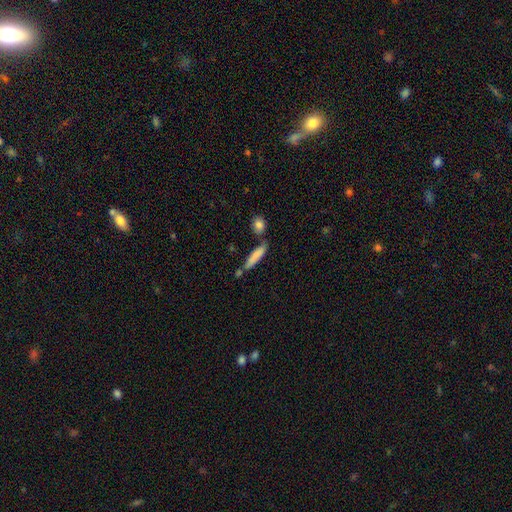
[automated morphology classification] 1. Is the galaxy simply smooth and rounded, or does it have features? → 79% smooth, 14% featured or disk, 6% star or artifact.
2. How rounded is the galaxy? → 80% cigar-shaped, 19% in between, 2% round.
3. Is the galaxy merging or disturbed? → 61% none, 17% merger, 17% minor disturbance, 5% major disturbance.